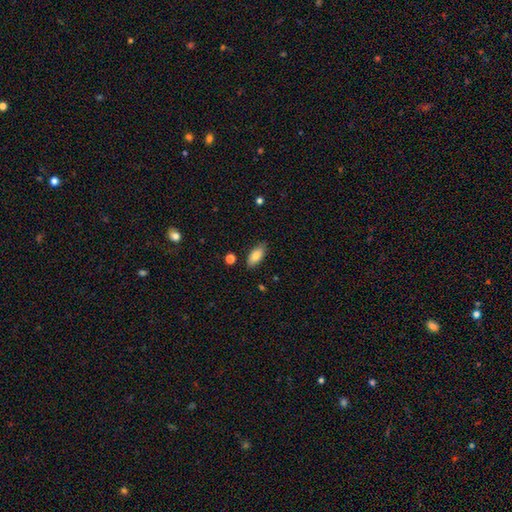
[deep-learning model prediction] Smooth or featured? smooth (84%)
How rounded? in between (89%)
Merging? none (84%)